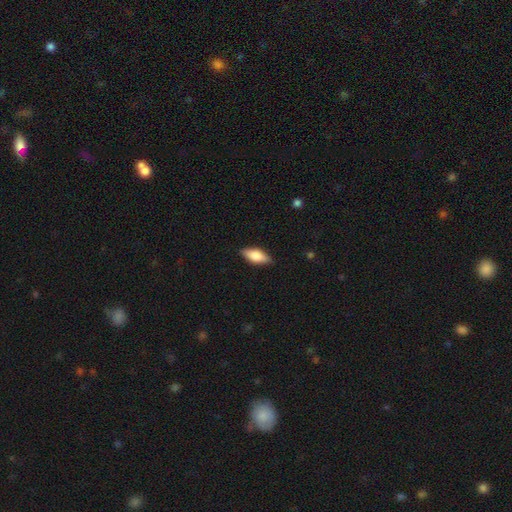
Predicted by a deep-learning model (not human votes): smooth 75%, featured or disk 18%, star or artifact 6%. Down the decision tree: how rounded — in between (80%); merging — none (85%).